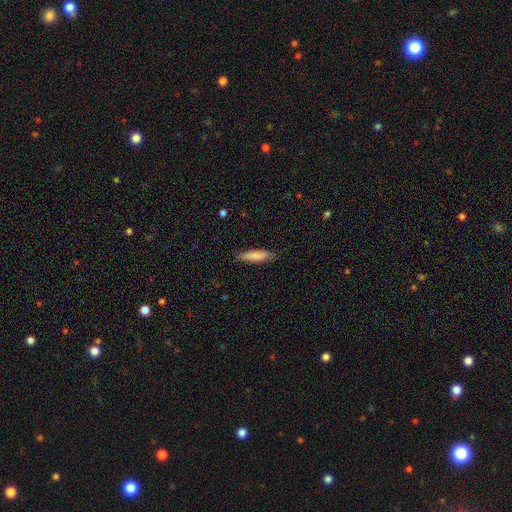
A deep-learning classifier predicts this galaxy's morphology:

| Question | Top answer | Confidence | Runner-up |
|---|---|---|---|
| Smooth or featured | smooth | 81% | featured or disk (13%) |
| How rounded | cigar-shaped | 74% | in between (24%) |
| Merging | none | 82% | minor disturbance (15%) |